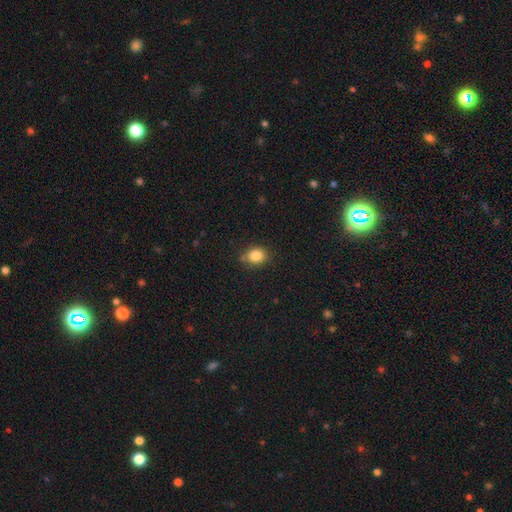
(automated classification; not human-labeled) Smooth or featured? Predicted: smooth (p=0.84). How rounded? Predicted: round (p=0.52). Merging? Predicted: none (p=0.77).